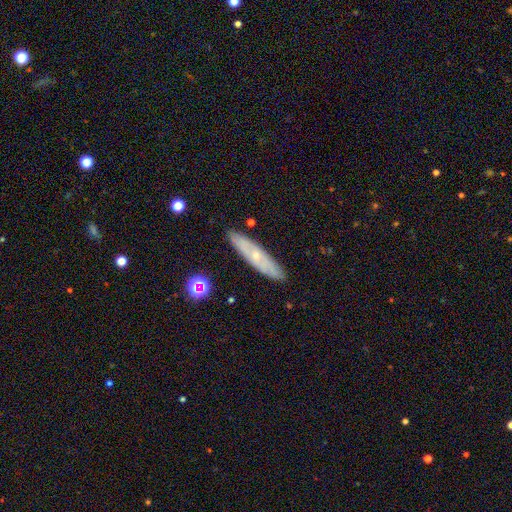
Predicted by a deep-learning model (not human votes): Smooth or featured: featured or disk — 50% (smooth — 41%)
Edge-on disk: yes — 55% (no — 45%)
Merging: none — 87% (minor disturbance — 10%)